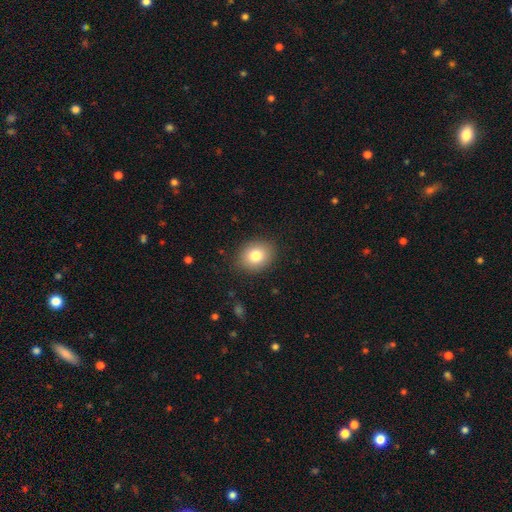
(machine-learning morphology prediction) smooth_or_featured: smooth (p=0.80) [alt: featured or disk p=0.10]
how_rounded: round (p=0.53) [alt: in between p=0.47]
merging: none (p=0.87) [alt: minor disturbance p=0.10]